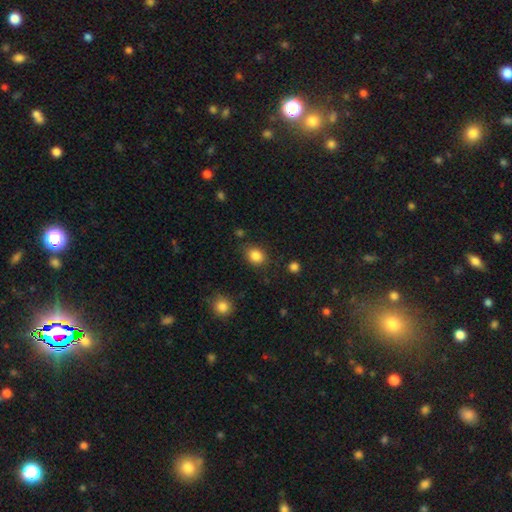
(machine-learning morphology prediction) Q: Smooth or featured?
A: smooth (85%); runner-up: star or artifact (10%)
Q: How rounded?
A: in between (51%); runner-up: round (48%)
Q: Merging?
A: none (80%); runner-up: minor disturbance (14%)